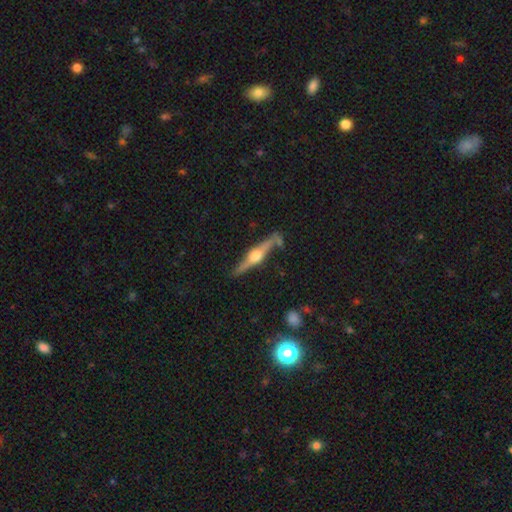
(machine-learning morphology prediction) Overall: featured or disk (79%). Edge-on disk: yes (97%). Edge-on bulge: rounded (94%). Merging: none (79%).